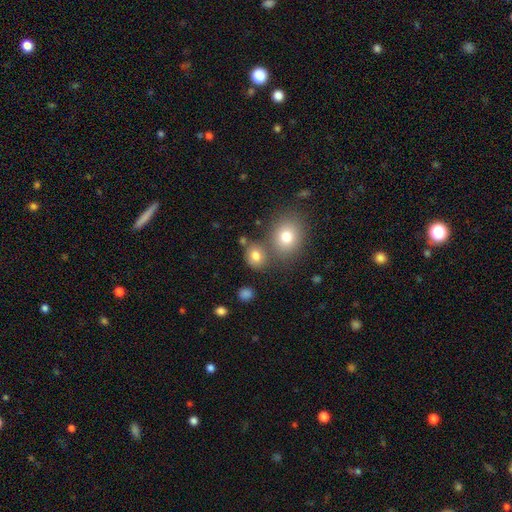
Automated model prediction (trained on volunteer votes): smooth 78%, star or artifact 13%, featured or disk 9%. Down the decision tree: how rounded — round (62%); merging — none (66%).